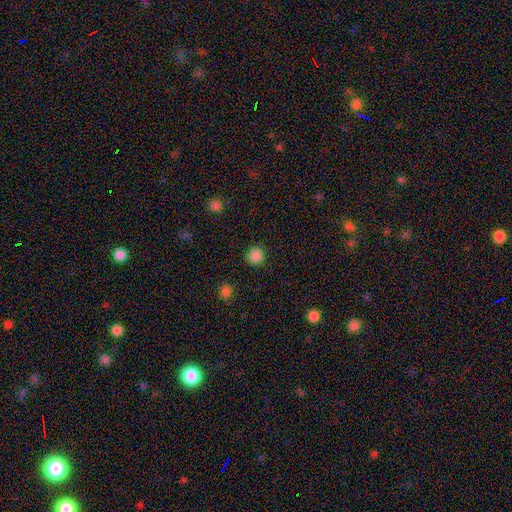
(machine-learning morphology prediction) Smooth or featured: smooth — 86% (star or artifact — 11%)
How rounded: round — 93% (in between — 6%)
Merging: none — 91% (minor disturbance — 6%)